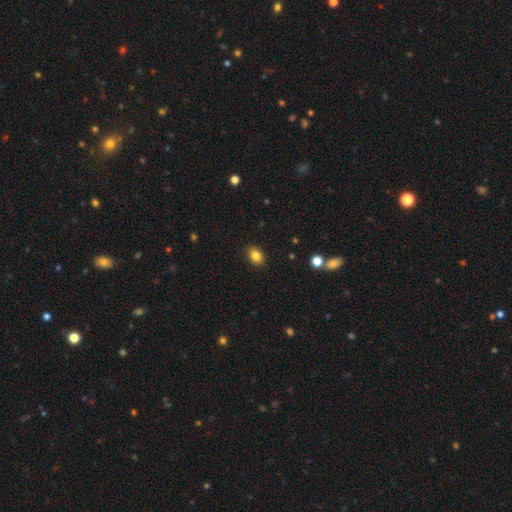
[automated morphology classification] This appears to be a smooth galaxy with no disk features (84%) that is in between round and cigar-shaped (72%). Merging: none (89%).